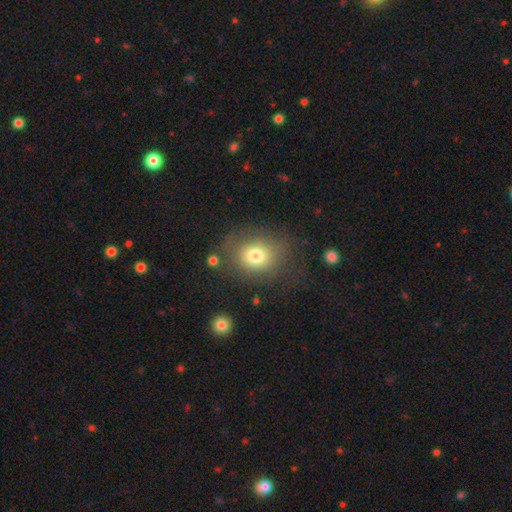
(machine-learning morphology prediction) Smooth or featured: smooth — 74% (featured or disk — 14%)
How rounded: round — 60% (in between — 40%)
Merging: none — 66% (minor disturbance — 19%)